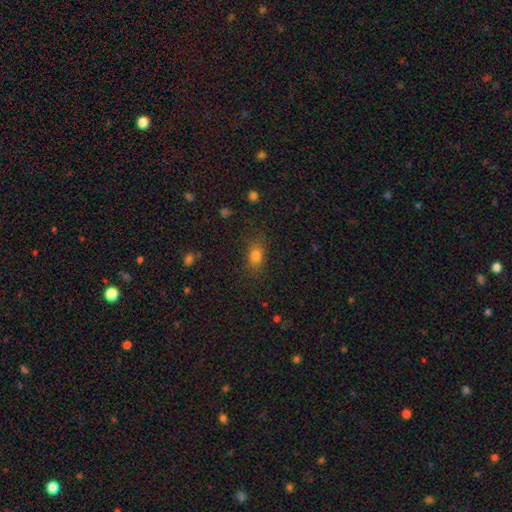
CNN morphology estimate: Smooth or featured? smooth (79%)
How rounded? in between (74%)
Merging? none (80%)